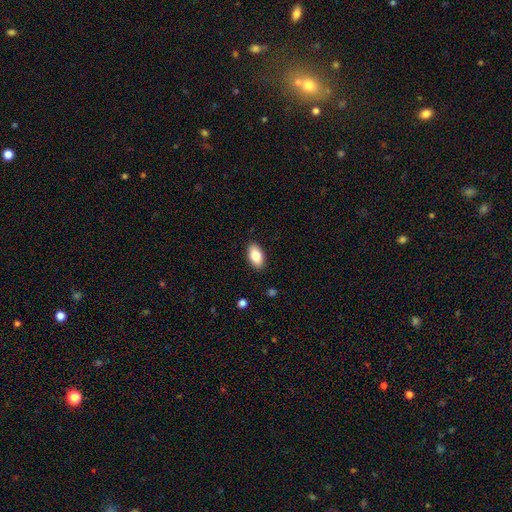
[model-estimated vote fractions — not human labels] A smooth galaxy with no disk features (85%) that is in between round and cigar-shaped (94%). Merging: none (89%).